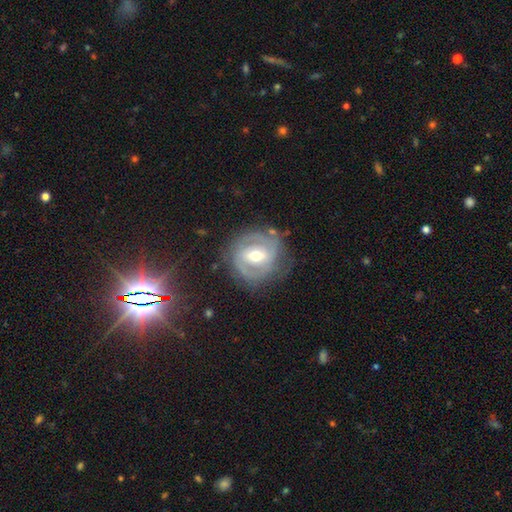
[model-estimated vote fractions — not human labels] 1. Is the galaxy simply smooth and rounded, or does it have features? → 80% featured or disk, 13% smooth, 7% star or artifact.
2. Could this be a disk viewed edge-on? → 96% no, 4% yes.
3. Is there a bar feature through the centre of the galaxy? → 45% weak, 35% strong, 21% no.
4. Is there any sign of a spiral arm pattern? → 88% yes, 12% no.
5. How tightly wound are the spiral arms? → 55% tight, 34% medium, 11% loose.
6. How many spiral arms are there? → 59% 2, 20% can't tell, 11% 3, 4% 1, 3% 4, 2% more than 4.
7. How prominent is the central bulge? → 70% moderate, 23% small, 4% large, 1% dominant, 1% none.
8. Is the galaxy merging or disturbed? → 73% none, 17% minor disturbance, 8% major disturbance, 2% merger.